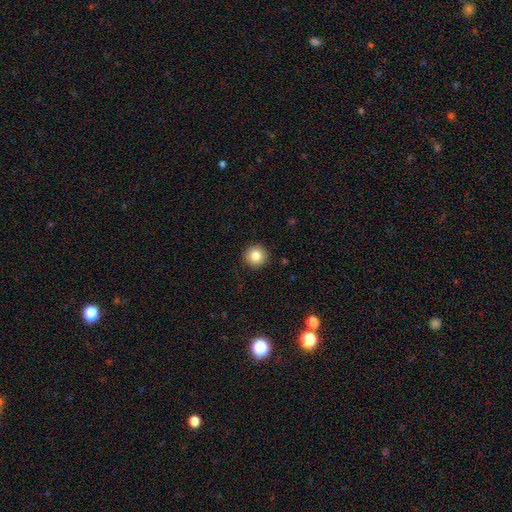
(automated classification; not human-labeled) smooth-or-featured: smooth: 82% | star or artifact: 10% | featured or disk: 8%
  how-rounded: round: 95% | in between: 4% | cigar-shaped: 1%
  merging: none: 92% | minor disturbance: 5% | major disturbance: 2% | merger: 1%